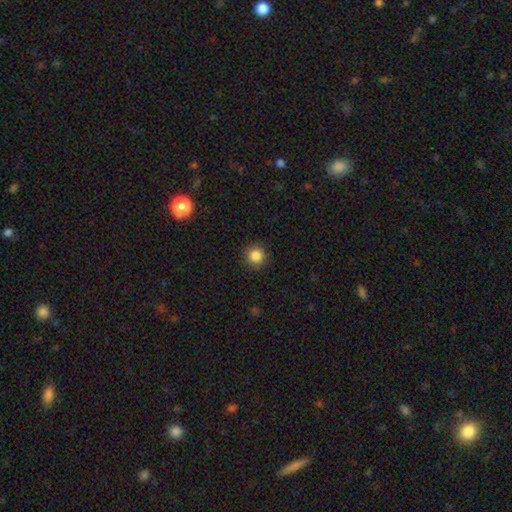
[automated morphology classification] A smooth galaxy with no disk features (85%) that is round (94%).

Vote fractions:
- Smooth or featured? smooth: 85% / star or artifact: 11% / featured or disk: 4%
- How rounded? round: 94% / in between: 5% / cigar-shaped: 1%
- Merging? none: 91% / minor disturbance: 6% / major disturbance: 2% / merger: 1%